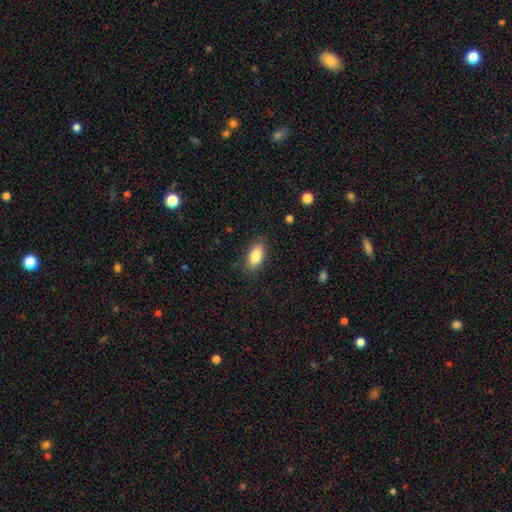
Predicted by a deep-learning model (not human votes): This is clearly a smooth galaxy (85%). How rounded: clearly in between (90%). Merging: clearly none (85%).